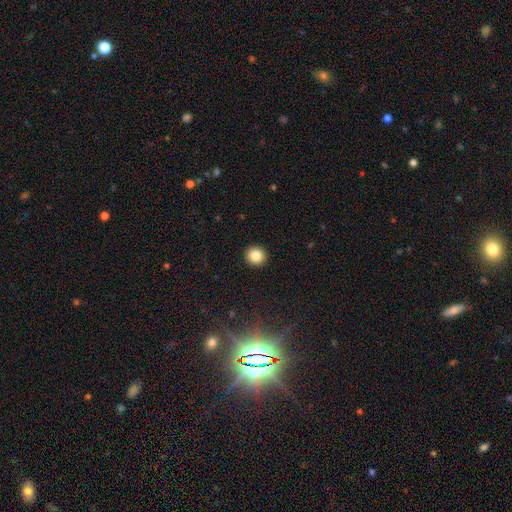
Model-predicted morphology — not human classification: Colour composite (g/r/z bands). It shows a smooth galaxy with no disk features (85%) that is round (91%). Merging: none (93%).